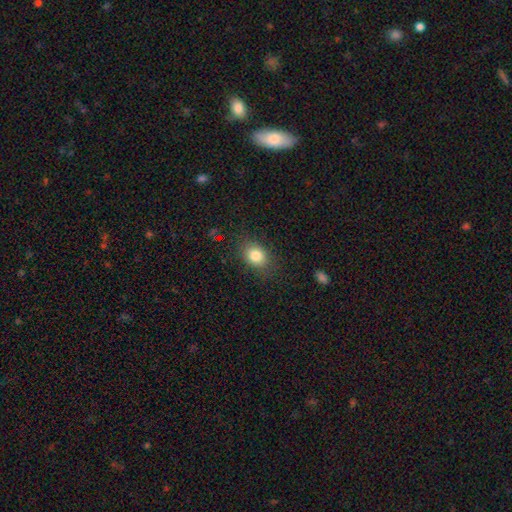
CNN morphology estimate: smooth_or_featured: smooth (p=0.81) [alt: star or artifact p=0.11]
how_rounded: in between (p=0.58) [alt: round p=0.41]
merging: none (p=0.82) [alt: minor disturbance p=0.12]